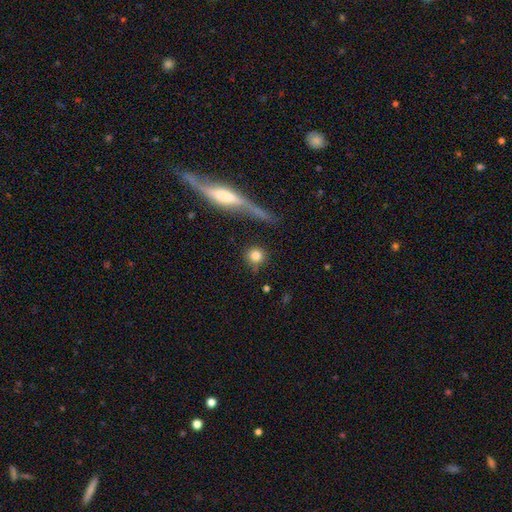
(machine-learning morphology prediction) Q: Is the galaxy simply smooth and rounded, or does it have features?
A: smooth — 81%.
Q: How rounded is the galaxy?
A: round — 92%.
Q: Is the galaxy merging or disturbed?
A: none — 82%.